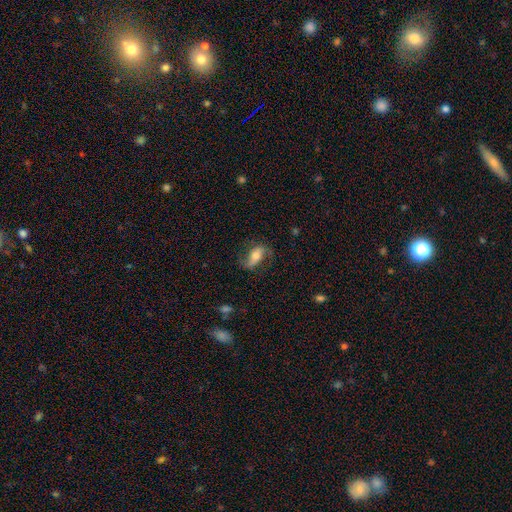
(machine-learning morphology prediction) smooth-or-featured: featured or disk: 54% | smooth: 39% | star or artifact: 8%
  disk-edge-on: no: 87% | yes: 13%
  merging: none: 69% | minor disturbance: 19% | major disturbance: 11% | merger: 1%